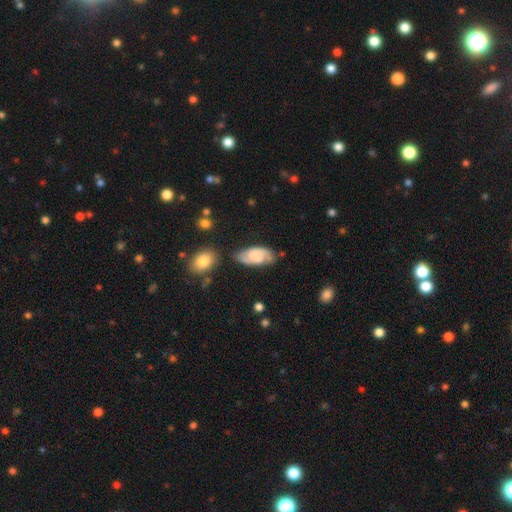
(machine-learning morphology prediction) A featured or disk galaxy (59%) with no bar (57%), 2 (82%) medium (46%) spiral arms (91%) and no central bulge (41%).

Vote fractions:
- Smooth or featured? featured or disk: 59% / smooth: 34% / star or artifact: 7%
- Edge-on disk? no: 95% / yes: 5%
- Bar? no: 57% / weak: 35% / strong: 8%
- Spiral arms? yes: 91% / no: 9%
- Spiral winding? medium: 46% / tight: 33% / loose: 21%
- Spiral arm count? 2: 82% / can't tell: 10% / 1: 3% / 3: 3% / 4: 1% / more than 4: 1%
- Bulge size? none: 41% / small: 24% / moderate: 19% / large: 13% / dominant: 3%
- Merging? none: 67% / minor disturbance: 21% / major disturbance: 7% / merger: 5%